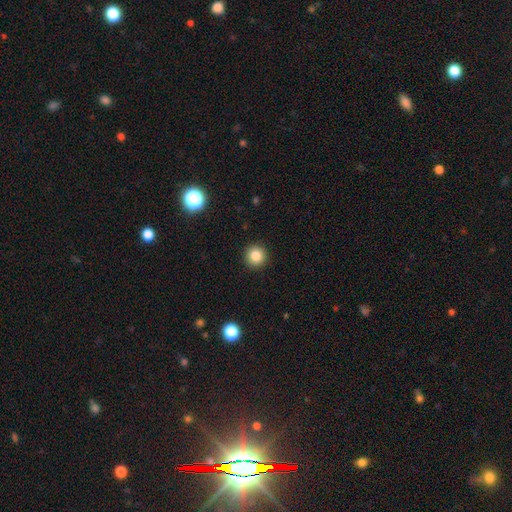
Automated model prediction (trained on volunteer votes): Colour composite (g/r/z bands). It shows a smooth galaxy with no disk features (84%) that is round (95%). Merging: none (93%).